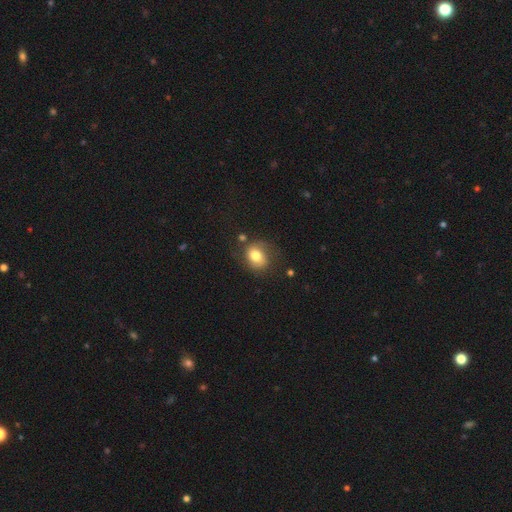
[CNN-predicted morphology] A smooth galaxy with no disk features (73%) that is round (53%). Merging: none (60%).